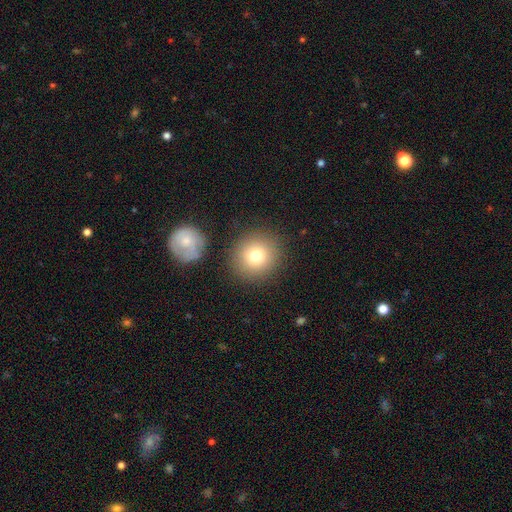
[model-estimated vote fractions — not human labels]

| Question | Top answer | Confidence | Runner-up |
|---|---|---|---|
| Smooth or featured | smooth | 77% | featured or disk (12%) |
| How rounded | round | 90% | in between (9%) |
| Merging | none | 85% | minor disturbance (8%) |